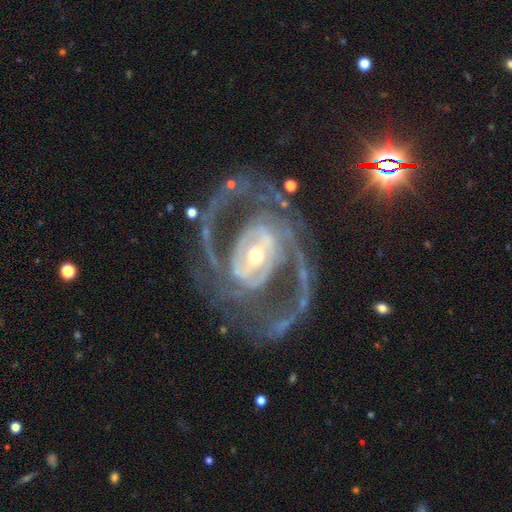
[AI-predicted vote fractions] featured or disk 91%, star or artifact 5%, smooth 3%. Down the decision tree: edge-on disk — no (97%); bar — strong (47%); spiral arms — yes (96%); spiral arm count — 2 (78%); spiral winding — medium (55%); bulge size — small (48%); merging — none (65%).